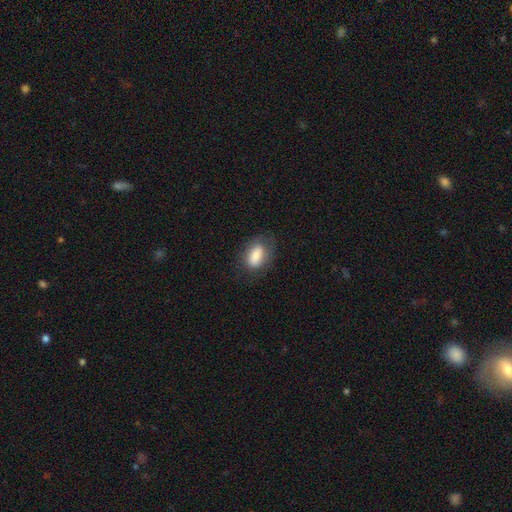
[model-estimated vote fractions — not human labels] A smooth galaxy with no disk features (82%) that is in between round and cigar-shaped (88%).

Vote fractions:
- Smooth or featured? smooth: 82% / featured or disk: 11% / star or artifact: 7%
- How rounded? in between: 88% / round: 9% / cigar-shaped: 3%
- Merging? none: 70% / minor disturbance: 20% / major disturbance: 8% / merger: 1%